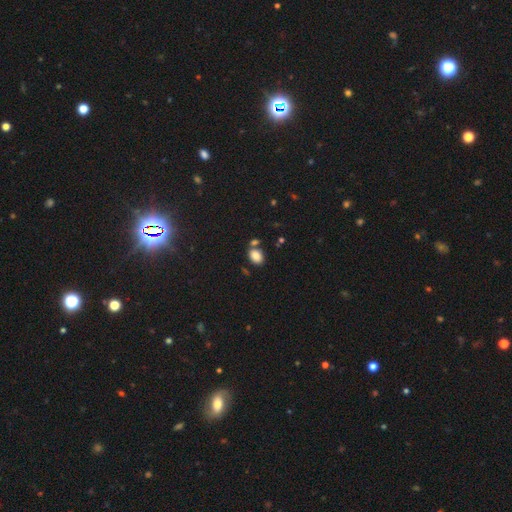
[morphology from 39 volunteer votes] Smooth or featured: smooth — 90% (star or artifact — 8%)
How rounded: in between — 77% (round — 23%)
Merging: none — 75% (merger — 14%)